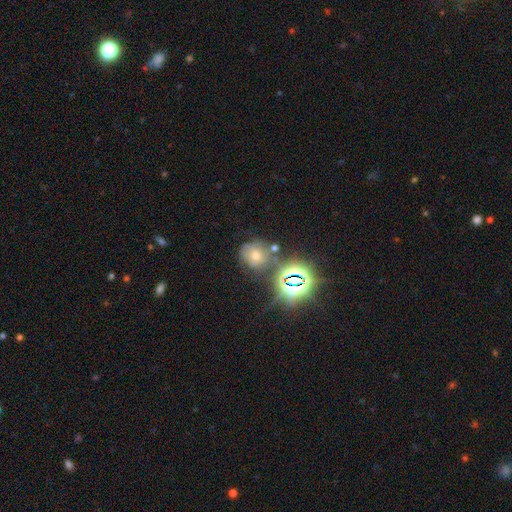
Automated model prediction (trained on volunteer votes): Smooth or featured?
  - star or artifact: 46% *
  - smooth: 33%
  - featured or disk: 21%